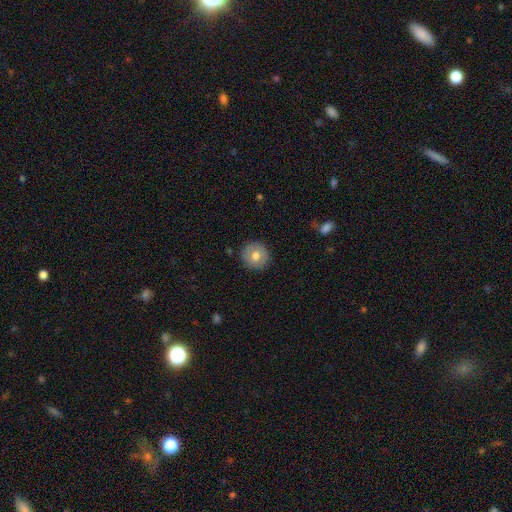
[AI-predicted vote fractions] This is likely a smooth galaxy (70%). How rounded: clearly round (93%). Merging: clearly none (88%).